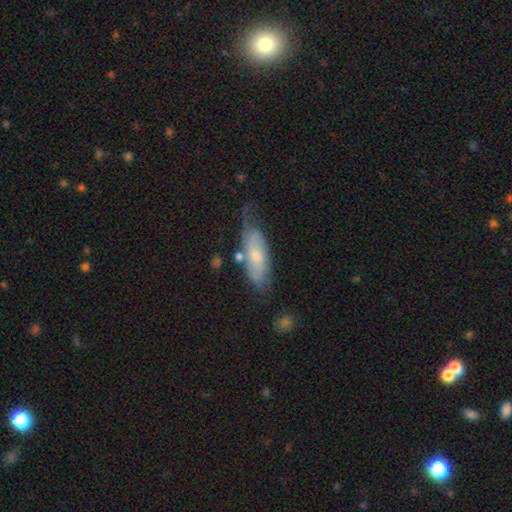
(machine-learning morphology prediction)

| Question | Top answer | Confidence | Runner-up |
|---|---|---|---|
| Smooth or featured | smooth | 49% | featured or disk (44%) |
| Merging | none | 49% | minor disturbance (31%) |